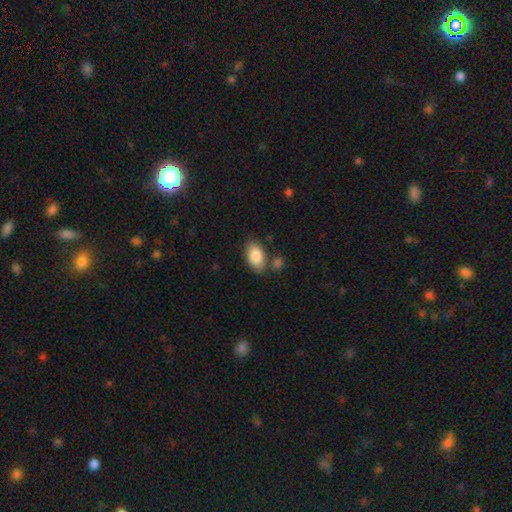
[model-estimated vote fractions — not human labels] A smooth galaxy with no disk features (85%) that is in between round and cigar-shaped (93%).

Vote fractions:
- Smooth or featured? smooth: 85% / featured or disk: 9% / star or artifact: 7%
- How rounded? in between: 93% / round: 5% / cigar-shaped: 2%
- Merging? none: 73% / minor disturbance: 14% / merger: 10% / major disturbance: 4%